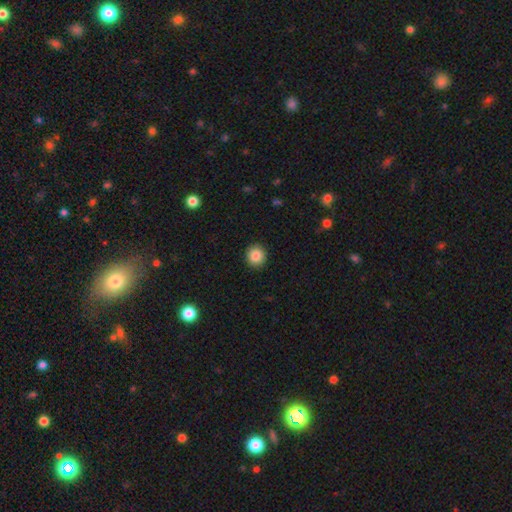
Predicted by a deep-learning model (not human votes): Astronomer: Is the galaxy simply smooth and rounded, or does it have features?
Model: smooth — 86%.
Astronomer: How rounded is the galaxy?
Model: round — 90%.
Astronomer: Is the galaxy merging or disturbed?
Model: none — 92%.